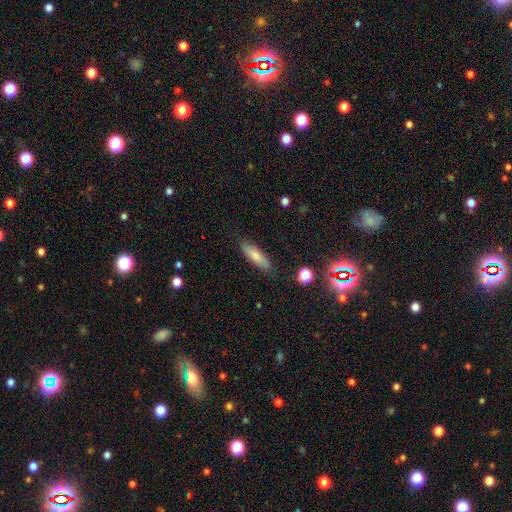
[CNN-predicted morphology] A smooth galaxy with no disk features (75%) that is cigar-shaped (54%).

Vote fractions:
- Smooth or featured? smooth: 75% / featured or disk: 18% / star or artifact: 7%
- How rounded? cigar-shaped: 54% / in between: 44% / round: 2%
- Merging? none: 83% / minor disturbance: 13% / major disturbance: 3% / merger: 2%